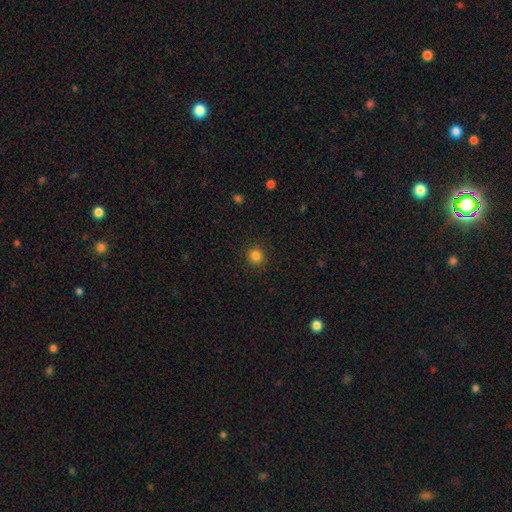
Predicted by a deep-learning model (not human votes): Smooth or featured? Predicted: smooth (p=0.84). How rounded? Predicted: round (p=0.94). Merging? Predicted: none (p=0.92).